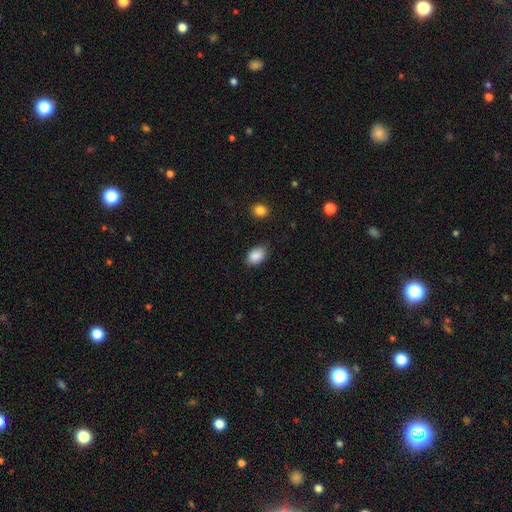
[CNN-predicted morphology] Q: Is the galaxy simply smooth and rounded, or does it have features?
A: smooth — 88%.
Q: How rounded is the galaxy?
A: in between — 88%.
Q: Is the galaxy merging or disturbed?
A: none — 83%.